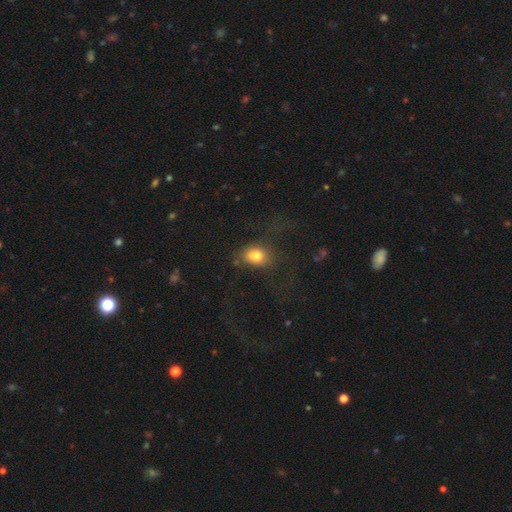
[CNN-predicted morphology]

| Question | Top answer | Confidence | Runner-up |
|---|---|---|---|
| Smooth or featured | smooth | 79% | star or artifact (11%) |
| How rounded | in between | 65% | round (33%) |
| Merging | none | 59% | major disturbance (19%) |